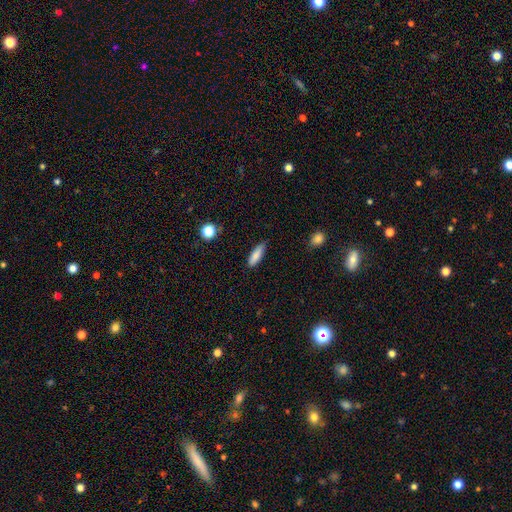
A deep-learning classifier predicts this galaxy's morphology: This is clearly a smooth galaxy (84%). How rounded: possibly in between (51%). Merging: clearly none (81%).